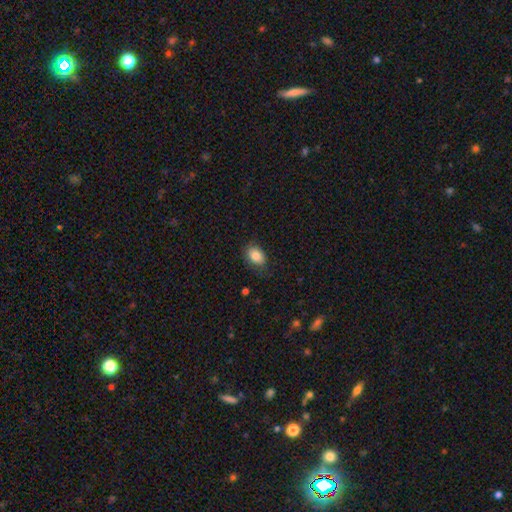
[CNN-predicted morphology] type=smooth (85%); roundness=in between (75%); merging=none (78%).